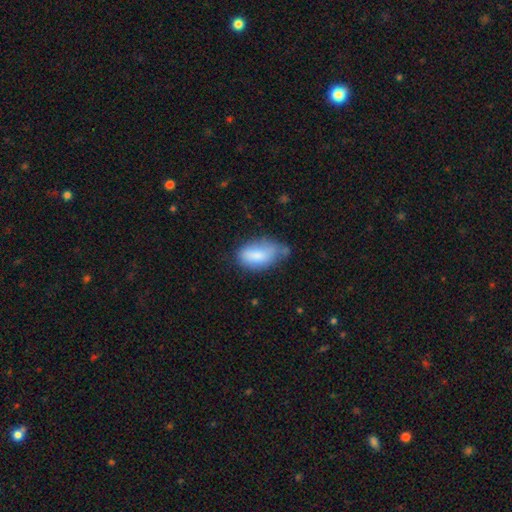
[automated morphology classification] Smooth or featured?
  - smooth: 79% *
  - featured or disk: 13%
  - star or artifact: 7%
How rounded?
  - in between: 92% *
  - round: 5%
  - cigar-shaped: 4%
Merging?
  - minor disturbance: 39% * (tied)
  - none: 39% * (tied)
  - major disturbance: 15%
  - merger: 8%